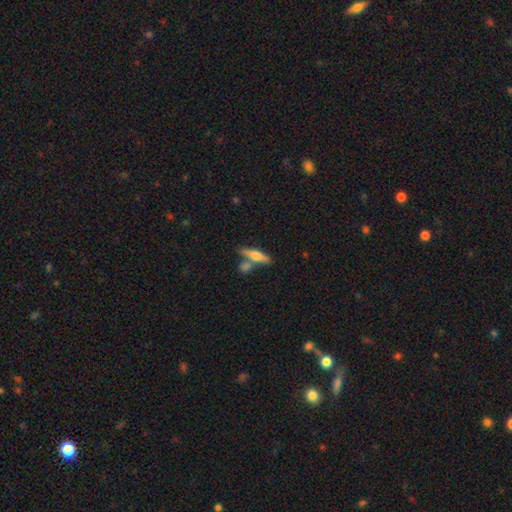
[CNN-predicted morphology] smooth_or_featured: featured or disk (p=0.47) [alt: smooth p=0.46]
merging: none (p=0.63) [alt: merger p=0.22]